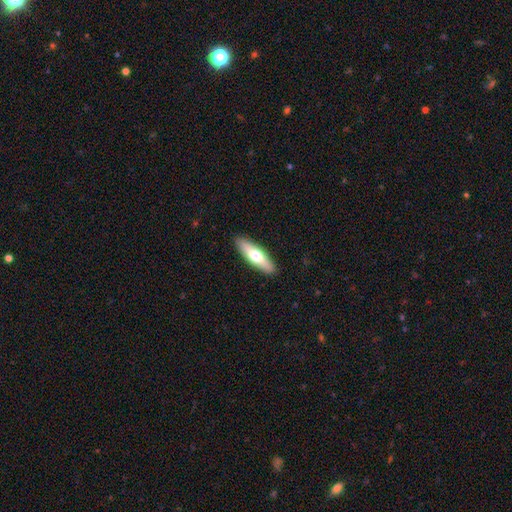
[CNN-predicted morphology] This is possibly a smooth galaxy (60%). How rounded: possibly cigar-shaped (59%). Merging: clearly none (90%).